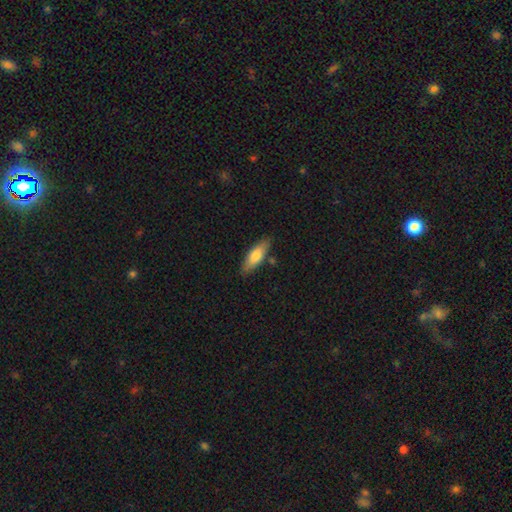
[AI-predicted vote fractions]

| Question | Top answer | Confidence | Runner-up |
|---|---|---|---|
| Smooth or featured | smooth | 72% | featured or disk (23%) |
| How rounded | in between | 58% | cigar-shaped (40%) |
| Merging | none | 82% | minor disturbance (13%) |